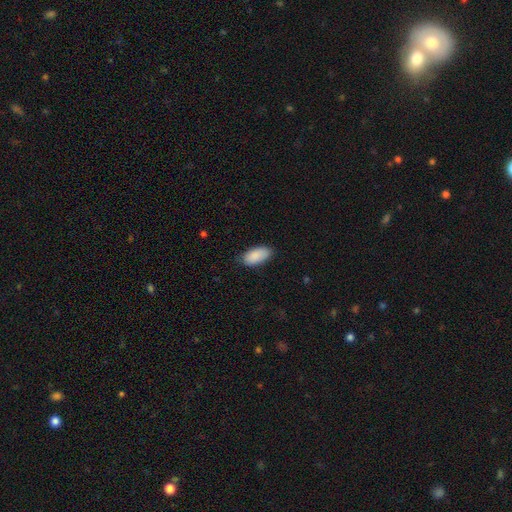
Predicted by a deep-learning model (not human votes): Smooth or featured: smooth — 90% (star or artifact — 6%)
How rounded: in between — 94% (cigar-shaped — 4%)
Merging: none — 79% (minor disturbance — 17%)